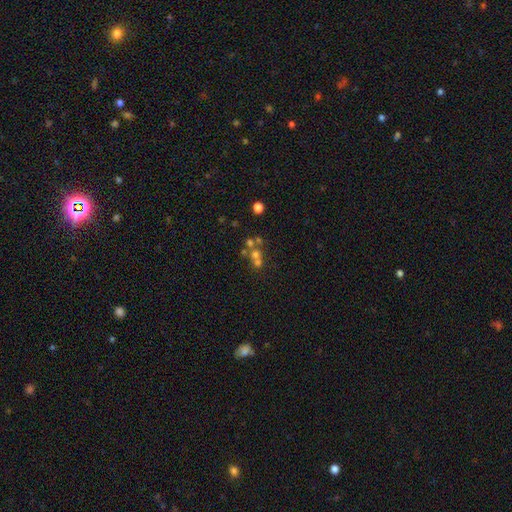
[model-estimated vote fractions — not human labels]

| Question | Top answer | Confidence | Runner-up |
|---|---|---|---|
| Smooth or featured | smooth | 46% | star or artifact (28%) |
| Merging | merger | 47% | none (41%) |